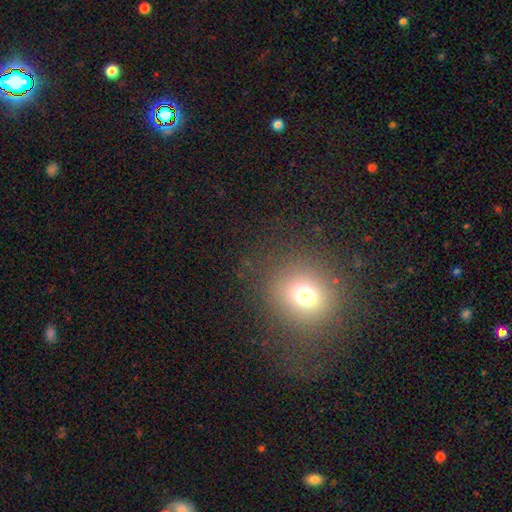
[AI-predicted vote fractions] The model was most divided on "smooth or featured": smooth: 64%, star or artifact: 24%, featured or disk: 12%. More confident: merging — none (75%); how rounded — round (73%).